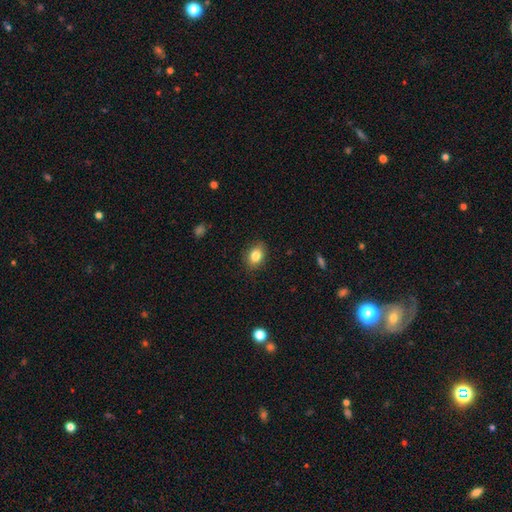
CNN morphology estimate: smooth_or_featured: smooth (p=0.83) [alt: star or artifact p=0.09]
how_rounded: in between (p=0.68) [alt: round p=0.31]
merging: none (p=0.85) [alt: minor disturbance p=0.12]